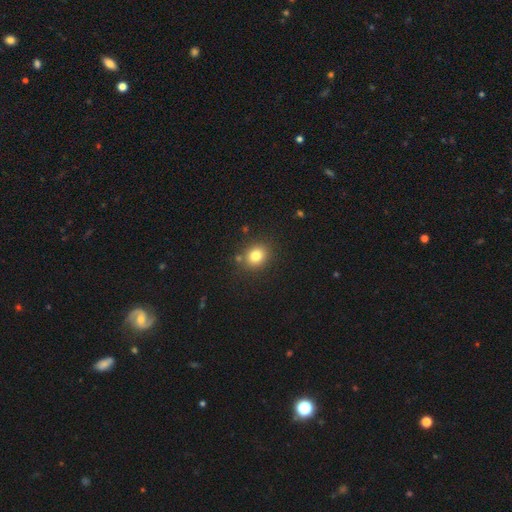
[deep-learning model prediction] Overall: smooth (80%). How rounded: round (69%; in between 31%). Merging: none (82%).